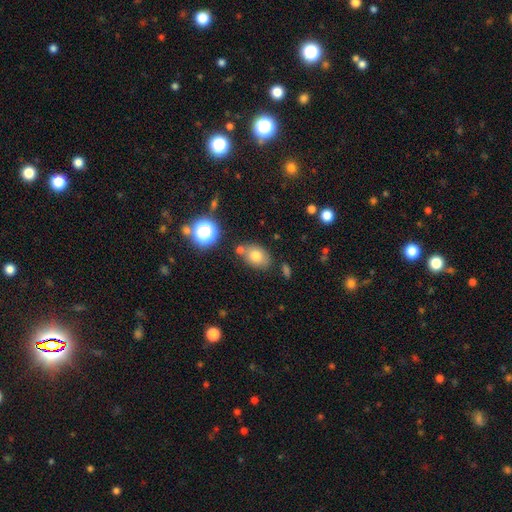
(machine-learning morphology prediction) Overall: smooth (74%). How rounded: in between (77%). Merging: none (71%).